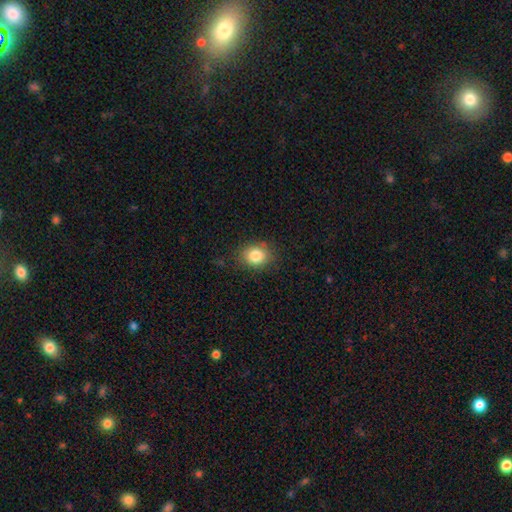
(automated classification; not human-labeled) This appears to be a smooth galaxy with no disk features (83%) that is round (60%). Merging: none (83%).